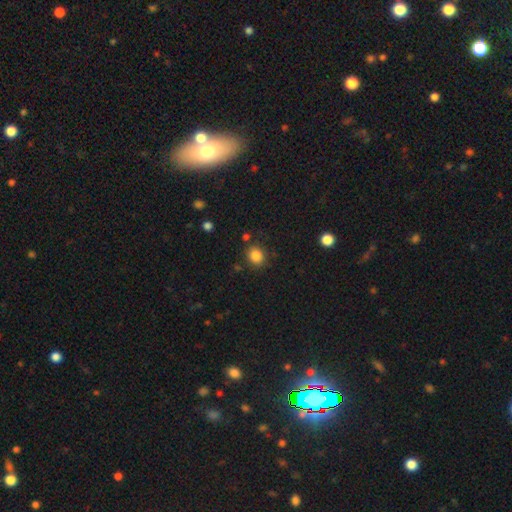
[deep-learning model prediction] Smooth or featured? smooth (84%)
How rounded? round (71%)
Merging? none (82%)